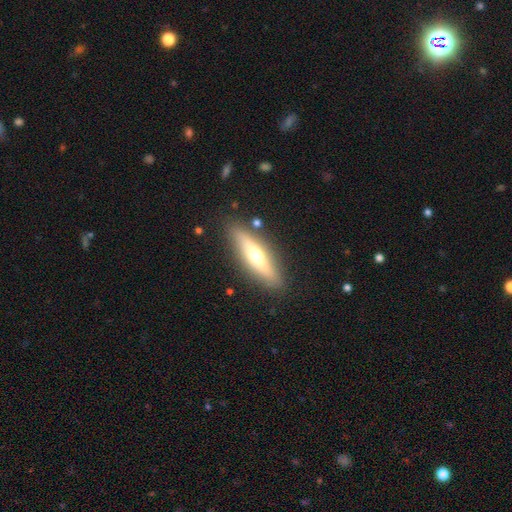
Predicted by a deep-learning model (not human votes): A featured or disk galaxy (48%). Merging: none (85%).